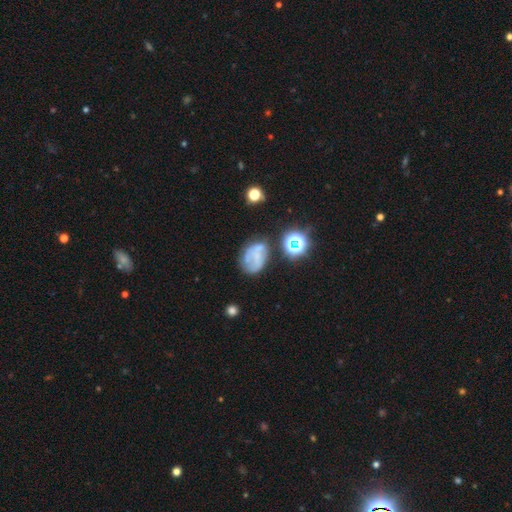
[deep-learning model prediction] This is marginally a featured or disk galaxy (44%). Merging: possibly none (48%).